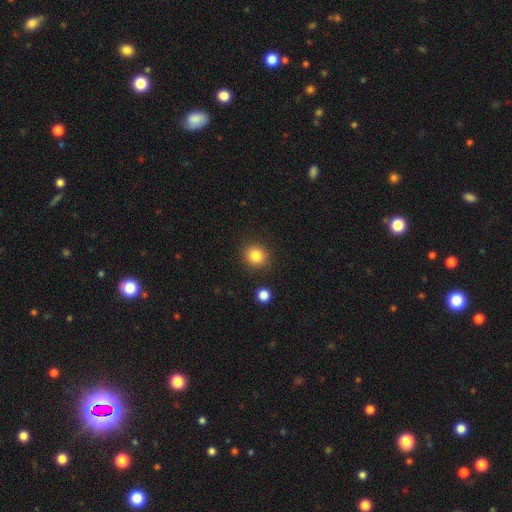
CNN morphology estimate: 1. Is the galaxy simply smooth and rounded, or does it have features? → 84% smooth, 11% star or artifact, 5% featured or disk.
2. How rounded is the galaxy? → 85% round, 14% in between, 1% cigar-shaped.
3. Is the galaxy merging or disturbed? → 88% none, 7% minor disturbance, 3% merger, 2% major disturbance.